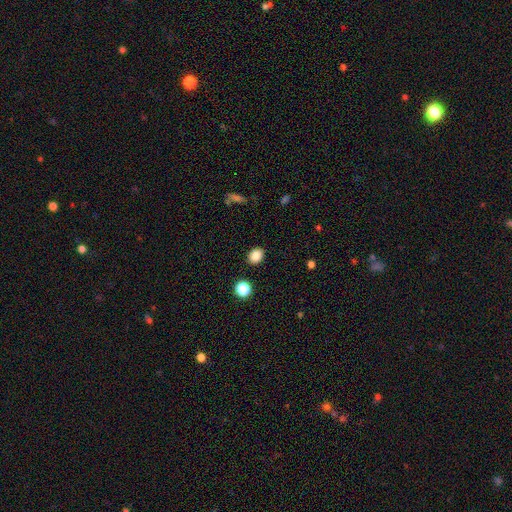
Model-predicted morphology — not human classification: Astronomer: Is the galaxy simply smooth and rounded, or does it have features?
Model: smooth — 85%.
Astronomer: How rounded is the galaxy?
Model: in between — 50% (runner-up: round, 49%).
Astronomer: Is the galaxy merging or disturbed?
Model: none — 89%.